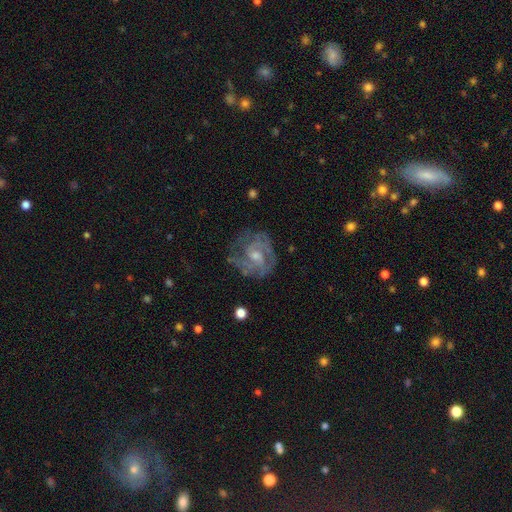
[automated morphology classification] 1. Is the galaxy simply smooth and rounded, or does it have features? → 78% featured or disk, 13% smooth, 9% star or artifact.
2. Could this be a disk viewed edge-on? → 97% no, 3% yes.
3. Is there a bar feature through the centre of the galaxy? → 47% no, 44% weak, 9% strong.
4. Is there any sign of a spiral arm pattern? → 88% yes, 12% no.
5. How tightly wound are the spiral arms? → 48% tight, 41% medium, 11% loose.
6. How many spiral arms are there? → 31% can't tell, 28% 2, 25% 3, 7% 4, 5% 1, 4% more than 4.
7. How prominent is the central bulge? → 47% moderate, 45% small, 5% none, 2% large, 1% dominant.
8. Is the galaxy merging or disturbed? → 67% none, 19% minor disturbance, 12% major disturbance, 2% merger.